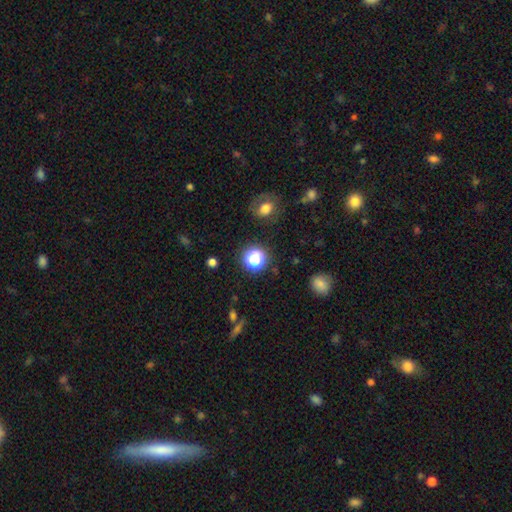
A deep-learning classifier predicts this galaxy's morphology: type=smooth (53%); roundness=round (84%); merging=none (77%).